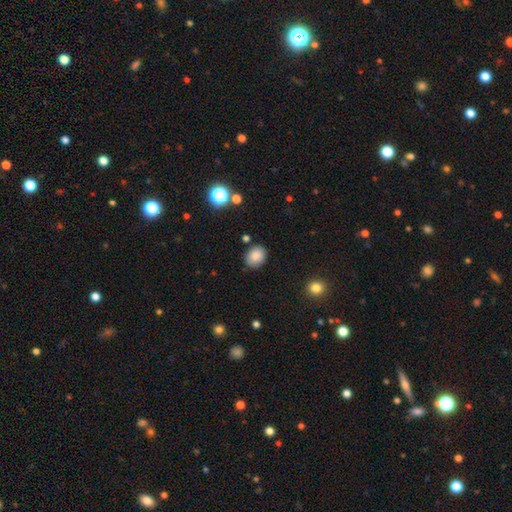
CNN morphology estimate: type=smooth (85%); roundness=round (52%); merging=none (83%).